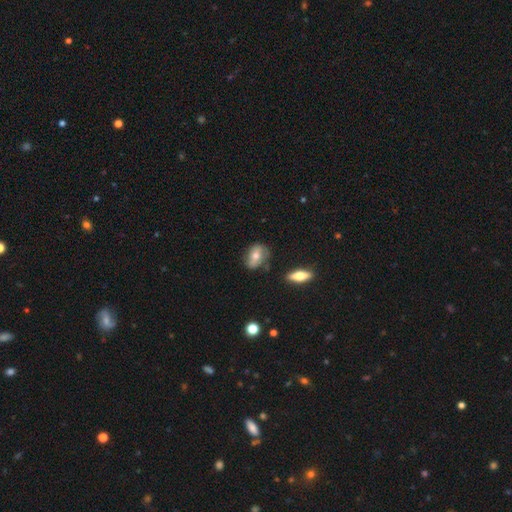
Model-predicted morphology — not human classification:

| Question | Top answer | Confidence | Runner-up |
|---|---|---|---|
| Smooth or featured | smooth | 56% | featured or disk (35%) |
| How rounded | in between | 70% | round (26%) |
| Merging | none | 63% | minor disturbance (25%) |